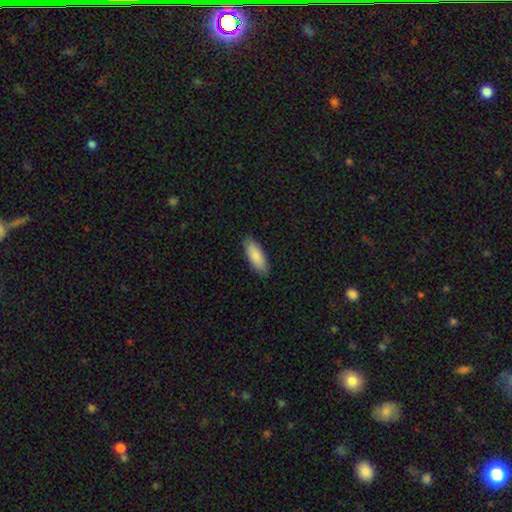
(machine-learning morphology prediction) Smooth or featured?
  - smooth: 87% *
  - featured or disk: 8%
  - star or artifact: 5%
How rounded?
  - in between: 73% *
  - cigar-shaped: 26%
  - round: 1%
Merging?
  - none: 87% *
  - minor disturbance: 10%
  - major disturbance: 2%
  - merger: 1%